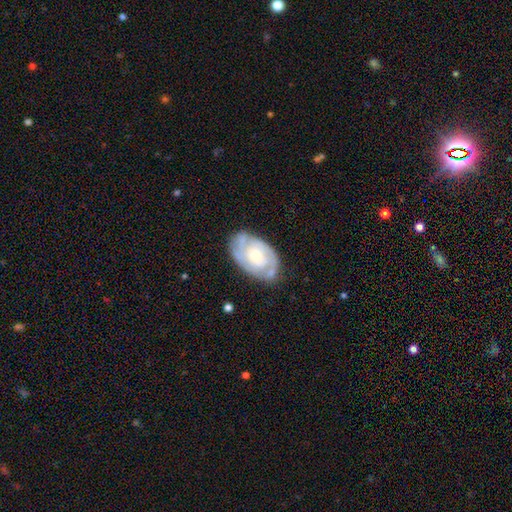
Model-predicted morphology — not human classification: Smooth or featured? featured or disk (76%)
Edge-on disk? no (96%)
Bar? no (70%)
Spiral arms? yes (88%)
Spiral winding? tight (62%)
Spiral arm count? 2 (39%)
Bulge size? moderate (51%)
Merging? none (70%)